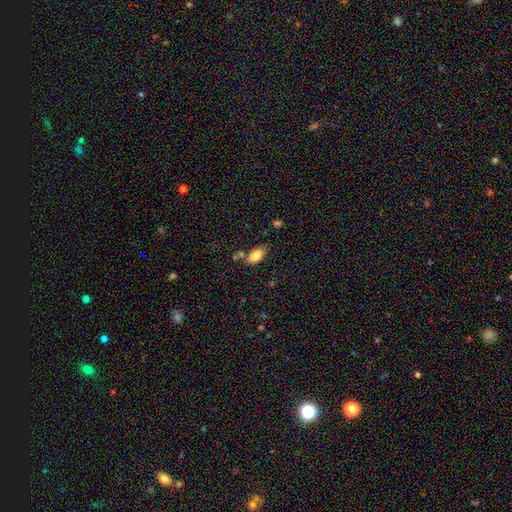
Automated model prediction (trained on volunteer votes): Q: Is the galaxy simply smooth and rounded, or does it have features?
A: smooth — 83%.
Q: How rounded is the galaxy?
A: in between — 92%.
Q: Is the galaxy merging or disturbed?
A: none — 62%.